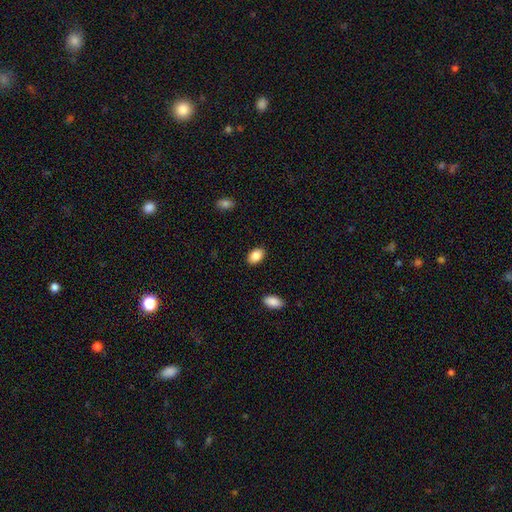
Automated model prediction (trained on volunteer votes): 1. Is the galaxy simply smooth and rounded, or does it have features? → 86% smooth, 8% star or artifact, 6% featured or disk.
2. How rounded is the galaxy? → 87% in between, 12% round, 1% cigar-shaped.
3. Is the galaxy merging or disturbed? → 88% none, 8% minor disturbance, 2% major disturbance, 1% merger.